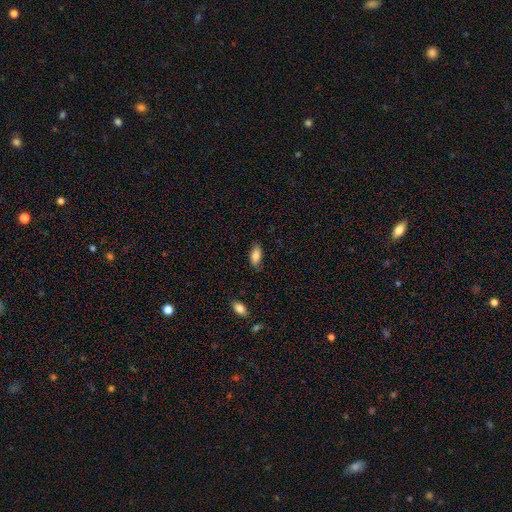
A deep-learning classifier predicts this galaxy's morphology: This appears to be a smooth galaxy with no disk features (81%) that is in between round and cigar-shaped (85%). Merging: none (77%).